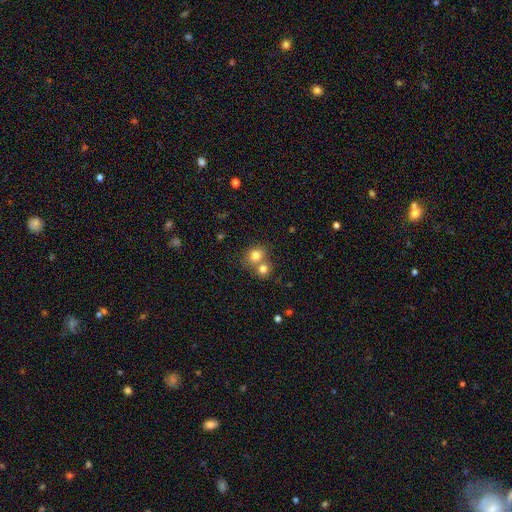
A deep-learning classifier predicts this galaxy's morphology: Q: Smooth or featured?
A: smooth (79%); runner-up: star or artifact (12%)
Q: How rounded?
A: round (79%); runner-up: in between (20%)
Q: Merging?
A: merger (46%); runner-up: none (45%)